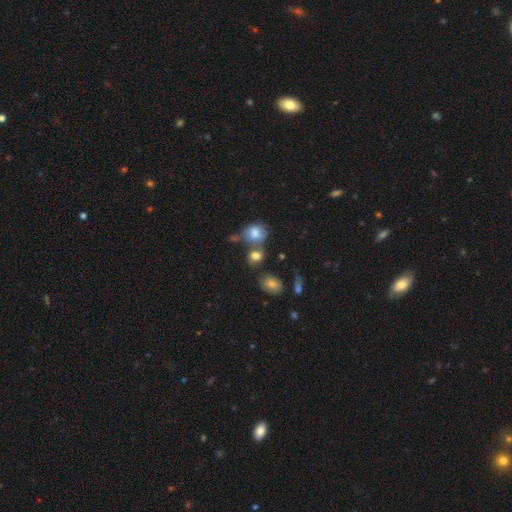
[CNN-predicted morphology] smooth 77%, star or artifact 12%, featured or disk 11%. Down the decision tree: how rounded — round (51%); merging — none (43%).